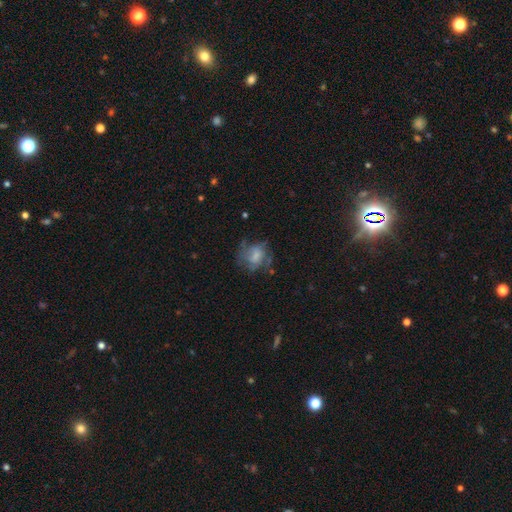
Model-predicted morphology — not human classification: Smooth or featured? Predicted: featured or disk (p=0.46). Merging? Predicted: none (p=0.49).